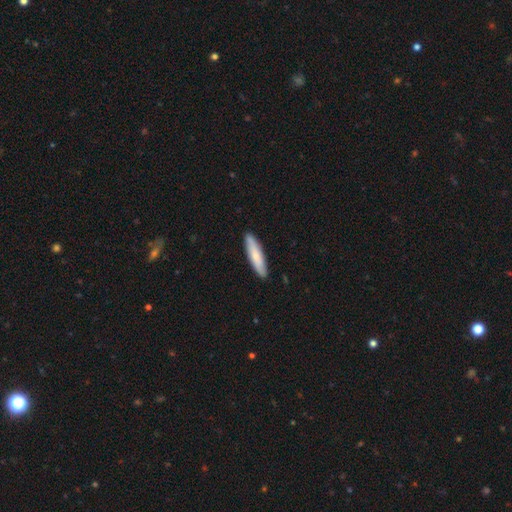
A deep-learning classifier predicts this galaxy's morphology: Smooth or featured?
  - smooth: 72% *
  - featured or disk: 22%
  - star or artifact: 5%
How rounded?
  - cigar-shaped: 81% *
  - in between: 18%
  - round: 1%
Merging?
  - none: 90% *
  - minor disturbance: 7%
  - major disturbance: 1%
  - merger: 1%